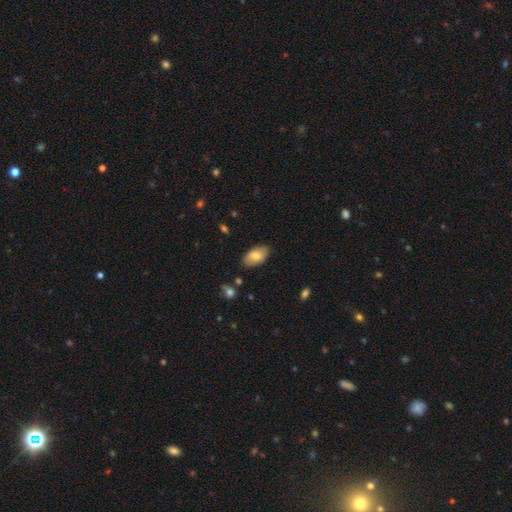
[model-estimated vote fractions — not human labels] Smooth or featured? Predicted: smooth (p=0.77). How rounded? Predicted: in between (p=0.94). Merging? Predicted: none (p=0.83).